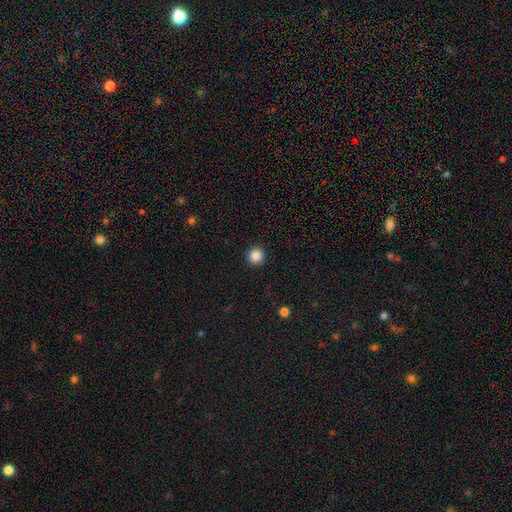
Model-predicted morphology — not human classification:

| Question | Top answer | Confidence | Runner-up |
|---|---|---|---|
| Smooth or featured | smooth | 86% | star or artifact (10%) |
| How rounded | round | 96% | in between (3%) |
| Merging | none | 94% | minor disturbance (4%) |